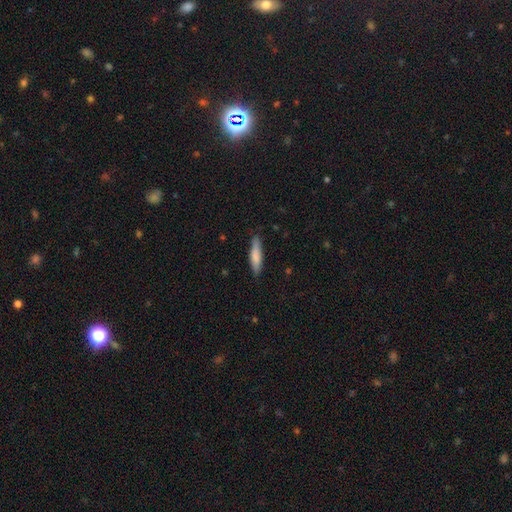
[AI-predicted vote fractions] This appears to be a smooth galaxy with no disk features (79%) that is cigar-shaped (75%). Merging: none (83%).